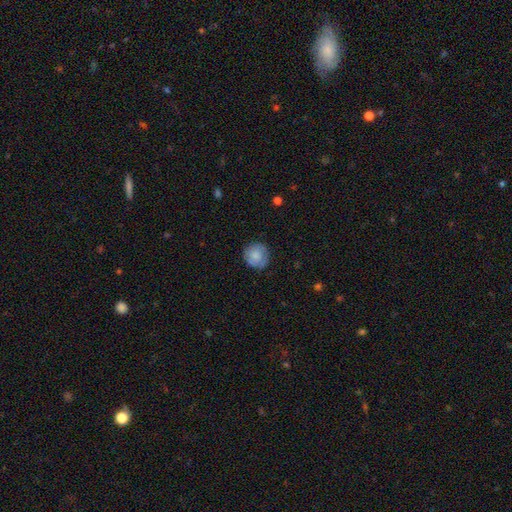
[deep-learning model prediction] smooth_or_featured: smooth (p=0.76) [alt: featured or disk p=0.17]
how_rounded: round (p=0.90) [alt: in between p=0.09]
merging: none (p=0.79) [alt: minor disturbance p=0.16]